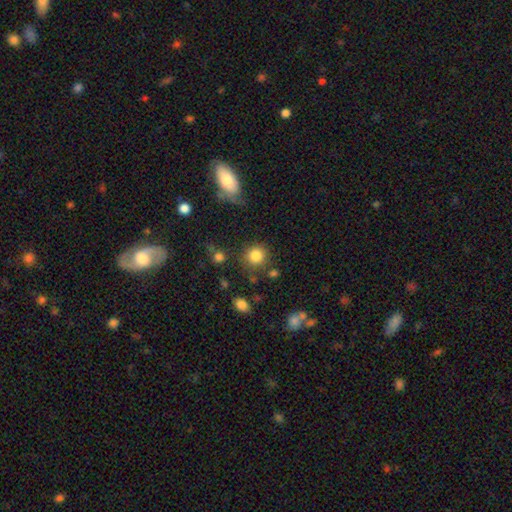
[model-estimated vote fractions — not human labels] smooth_or_featured: smooth (p=0.84) [alt: star or artifact p=0.10]
how_rounded: round (p=0.89) [alt: in between p=0.10]
merging: none (p=0.79) [alt: minor disturbance p=0.11]